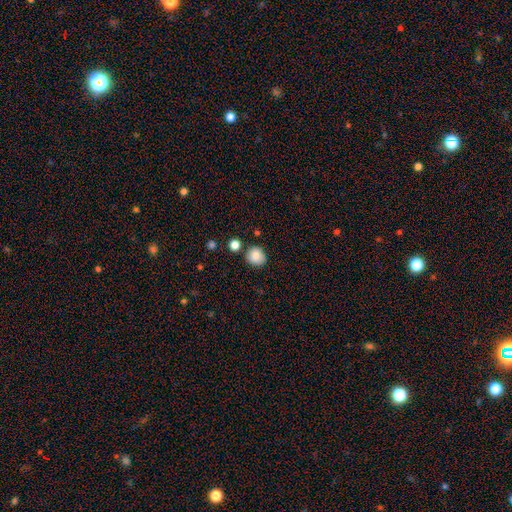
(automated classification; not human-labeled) smooth 84%, star or artifact 9%, featured or disk 7%. Down the decision tree: how rounded — round (84%); merging — none (81%).